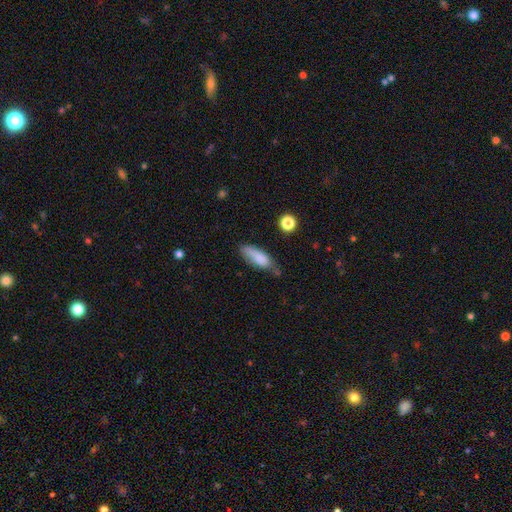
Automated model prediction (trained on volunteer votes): Smooth or featured?
  - smooth: 81% *
  - featured or disk: 11%
  - star or artifact: 7%
How rounded?
  - in between: 63% *
  - cigar-shaped: 35%
  - round: 2%
Merging?
  - none: 53% *
  - minor disturbance: 33%
  - major disturbance: 9%
  - merger: 5%